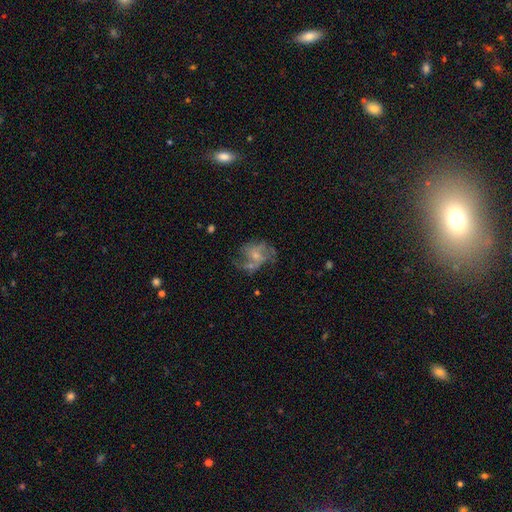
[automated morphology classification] smooth_or_featured: featured or disk (p=0.64) [alt: smooth p=0.27]
disk_edge_on: no (p=0.98) [alt: yes p=0.02]
bar: no (p=0.70) [alt: weak p=0.26]
has_spiral_arms: yes (p=0.68) [alt: no p=0.32]
bulge_size: small (p=0.55) [alt: moderate p=0.32]
merging: none (p=0.42) [alt: major disturbance p=0.28]